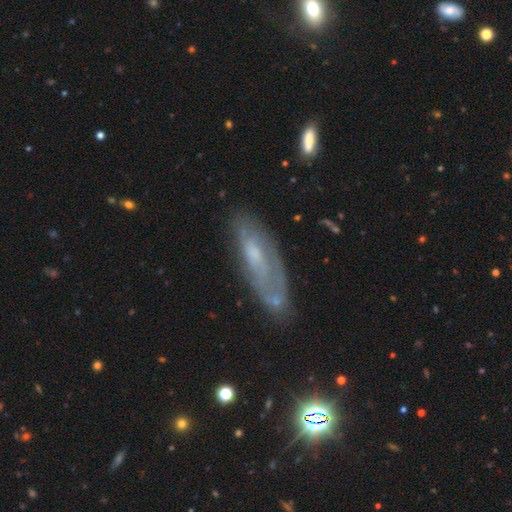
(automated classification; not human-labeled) Smooth or featured?
  - featured or disk: 54% *
  - smooth: 37%
  - star or artifact: 9%
Edge-on disk?
  - no: 72% *
  - yes: 28%
Merging?
  - none: 60% *
  - minor disturbance: 25%
  - major disturbance: 11%
  - merger: 4%